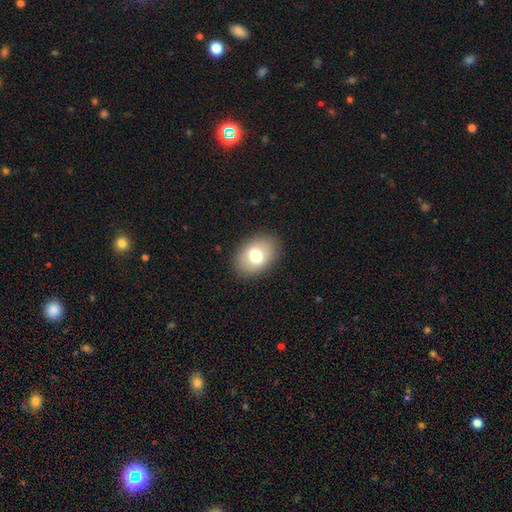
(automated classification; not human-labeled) The model was most divided on "smooth or featured": smooth: 73%, featured or disk: 19%, star or artifact: 9%. More confident: merging — none (88%); how rounded — in between (79%).